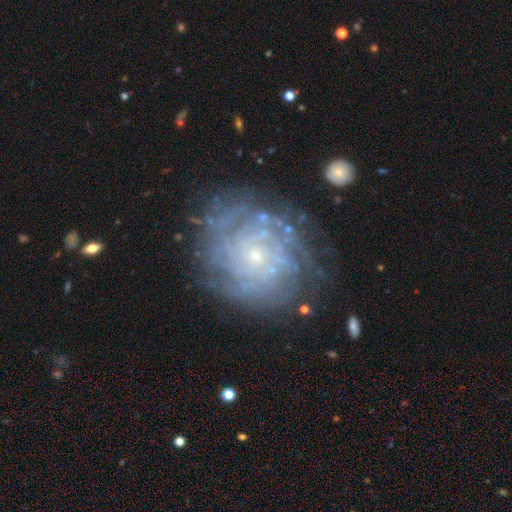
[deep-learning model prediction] Smooth or featured?
  - featured or disk: 84% *
  - smooth: 9%
  - star or artifact: 7%
Edge-on disk?
  - no: 97% *
  - yes: 3%
Bar?
  - no: 81% *
  - weak: 16%
  - strong: 4%
Spiral arms?
  - yes: 93% *
  - no: 7%
Spiral winding?
  - tight: 79% *
  - medium: 17%
  - loose: 4%
Spiral arm count?
  - can't tell: 39% *
  - more than 4: 19%
  - 4: 17%
  - 3: 10%
  - 2: 9%
  - 1: 6%
Bulge size?
  - small: 80% *
  - moderate: 15%
  - none: 3%
  - large: 1%
  - dominant: 1%
Merging?
  - none: 75% *
  - minor disturbance: 16%
  - major disturbance: 7%
  - merger: 2%